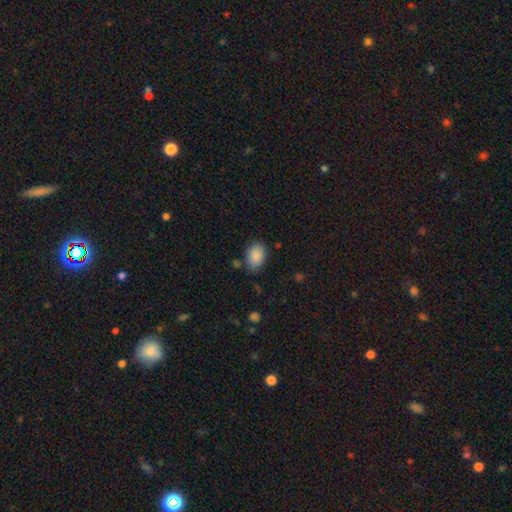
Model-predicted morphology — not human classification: Q: Smooth or featured?
A: smooth (88%); runner-up: star or artifact (7%)
Q: How rounded?
A: in between (80%); runner-up: round (19%)
Q: Merging?
A: none (76%); runner-up: minor disturbance (17%)